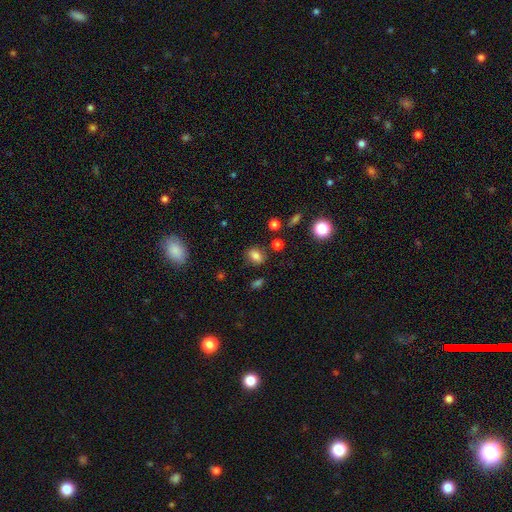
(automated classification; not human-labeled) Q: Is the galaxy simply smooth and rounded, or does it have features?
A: smooth — 78%.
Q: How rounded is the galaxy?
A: in between — 63%.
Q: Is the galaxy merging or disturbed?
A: none — 78%.